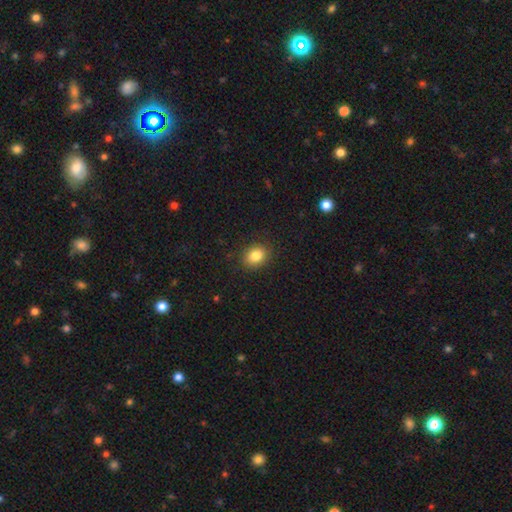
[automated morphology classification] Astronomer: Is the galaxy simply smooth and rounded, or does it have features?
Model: smooth — 84%.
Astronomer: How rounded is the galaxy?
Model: in between — 61% (runner-up: round, 38%).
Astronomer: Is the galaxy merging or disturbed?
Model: none — 87%.